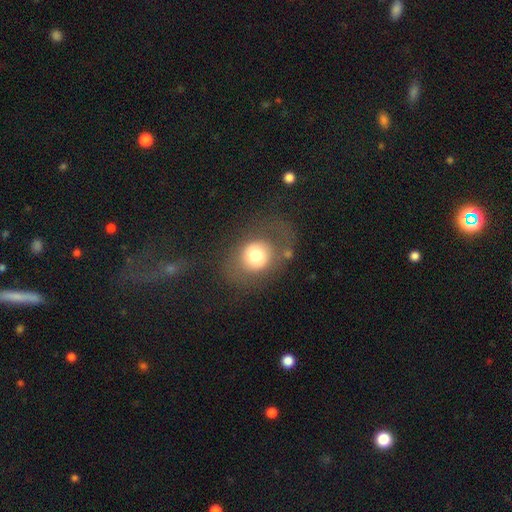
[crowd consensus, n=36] This is clearly a smooth galaxy (83%). How rounded: likely in between (63%). Merging: likely none (69%).